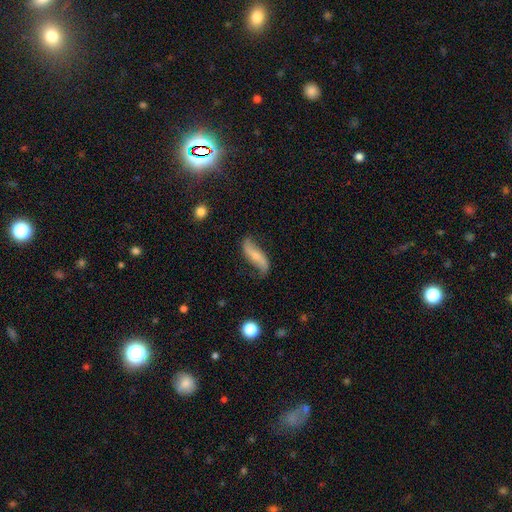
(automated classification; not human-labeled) This is likely a featured or disk galaxy (68%). It is clearly not viewed edge-on (86%). Bar: possibly no (45%). Spiral arm pattern: clearly yes (91%). Spiral arm count: clearly 2 (91%). Spiral winding: clearly loose (88%). Central bulge: possibly small (56%). Merging: likely none (66%).